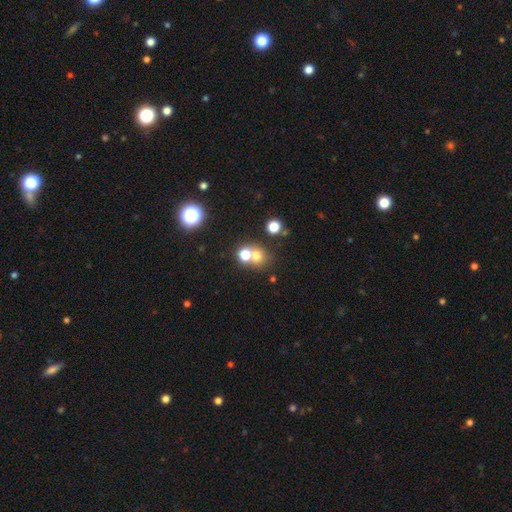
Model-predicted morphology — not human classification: Smooth or featured?
  - smooth: 68% *
  - star or artifact: 19%
  - featured or disk: 13%
How rounded?
  - round: 79% *
  - in between: 20%
  - cigar-shaped: 1%
Merging?
  - none: 48% *
  - merger: 42%
  - minor disturbance: 7%
  - major disturbance: 4%